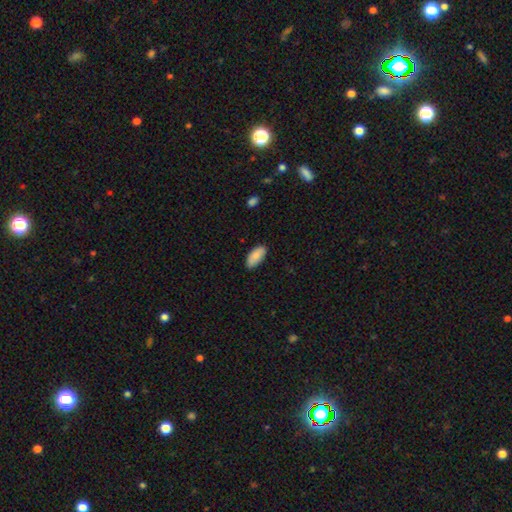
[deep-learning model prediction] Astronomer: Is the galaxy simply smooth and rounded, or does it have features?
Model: smooth — 86%.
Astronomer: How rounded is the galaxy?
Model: in between — 91%.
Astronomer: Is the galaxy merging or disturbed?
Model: none — 86%.